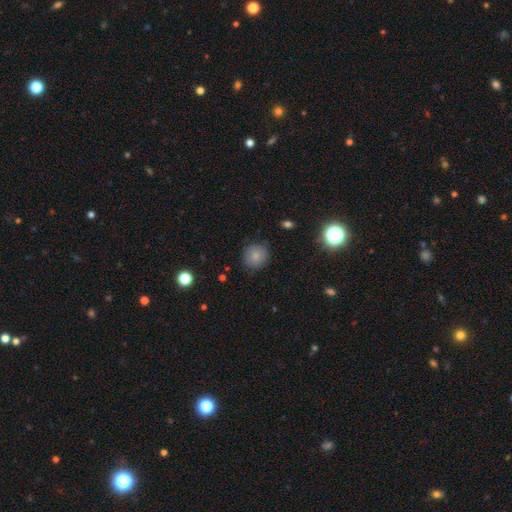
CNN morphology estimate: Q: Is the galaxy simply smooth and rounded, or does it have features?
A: smooth — 80%.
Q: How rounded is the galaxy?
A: round — 88%.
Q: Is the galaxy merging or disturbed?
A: none — 82%.